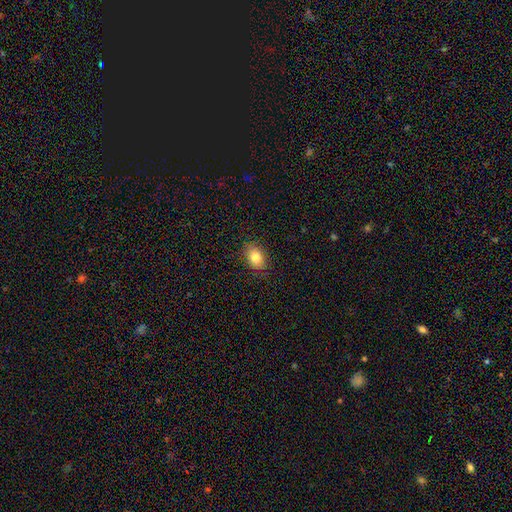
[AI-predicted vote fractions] The model was most divided on "how rounded": in between: 75%, round: 23%, cigar-shaped: 1%. More confident: merging — none (88%); smooth or featured — smooth (83%).